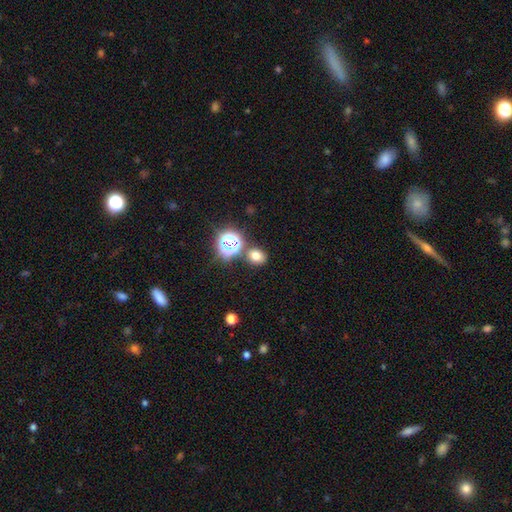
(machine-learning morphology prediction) Q: Smooth or featured?
A: smooth (69%); runner-up: star or artifact (23%)
Q: How rounded?
A: round (61%); runner-up: in between (38%)
Q: Merging?
A: none (79%); runner-up: merger (9%)